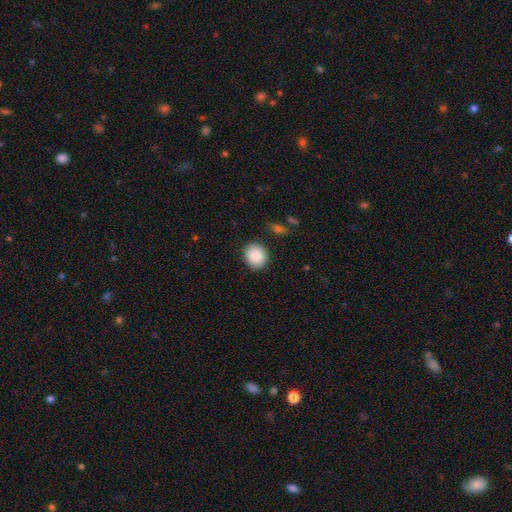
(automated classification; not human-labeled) Smooth or featured: smooth — 88% (star or artifact — 7%)
How rounded: round — 78% (in between — 21%)
Merging: none — 89% (minor disturbance — 8%)